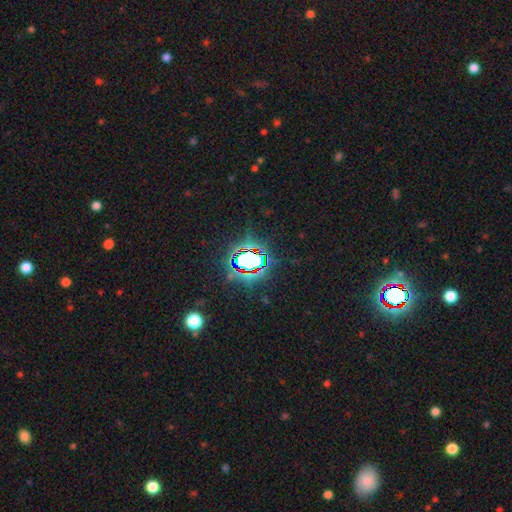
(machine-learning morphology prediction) Smooth or featured?
  - star or artifact: 78% *
  - smooth: 13%
  - featured or disk: 9%